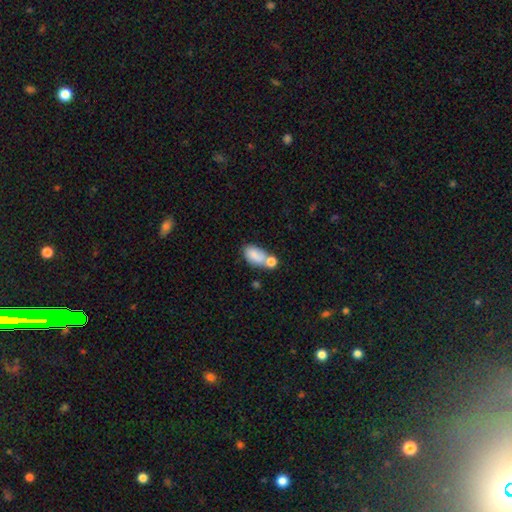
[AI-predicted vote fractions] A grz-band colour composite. It shows a smooth galaxy with no disk features (80%) that is in between round and cigar-shaped (90%). Merging: merger (41%).